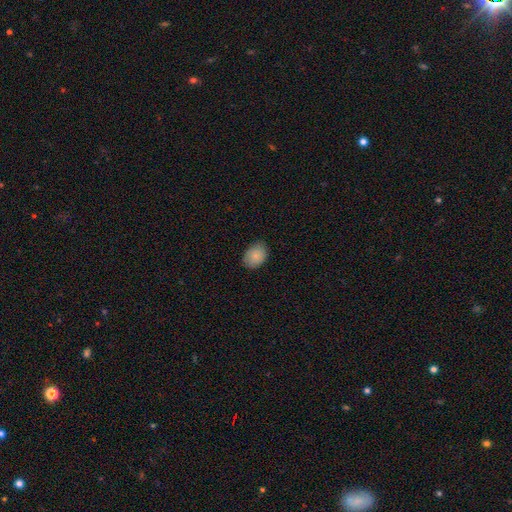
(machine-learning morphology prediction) type=smooth (84%); roundness=in between (70%); merging=none (81%).